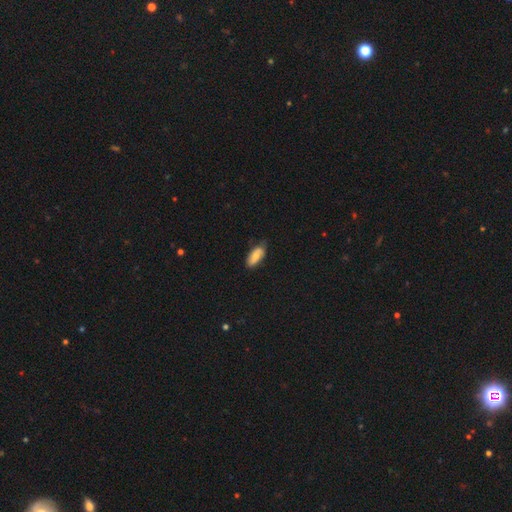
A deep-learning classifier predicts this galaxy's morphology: type=smooth (73%); roundness=in between (85%); merging=none (71%).